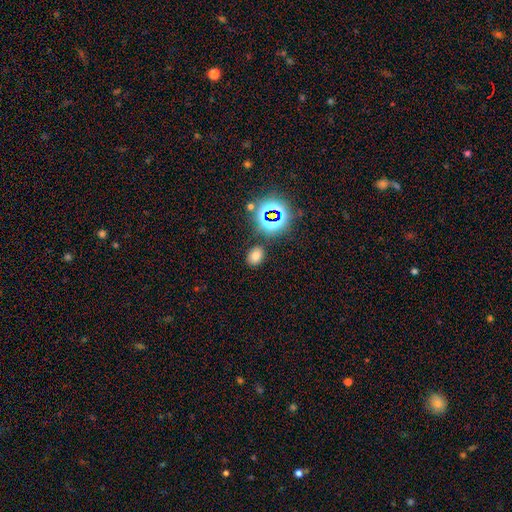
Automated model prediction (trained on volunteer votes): smooth-or-featured: smooth: 70% | star or artifact: 23% | featured or disk: 7%
  how-rounded: in between: 63% | round: 36% | cigar-shaped: 1%
  merging: none: 83% | minor disturbance: 9% | merger: 4% | major disturbance: 3%